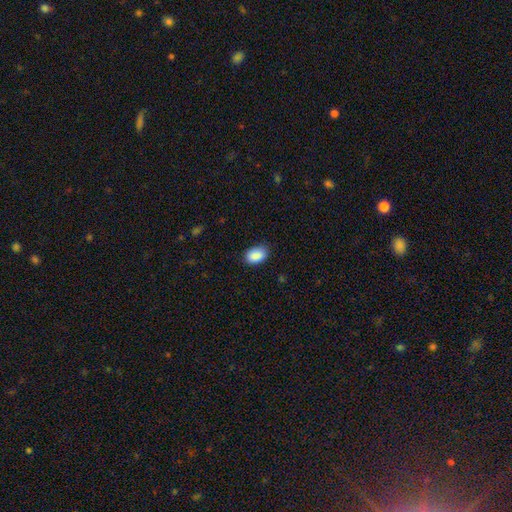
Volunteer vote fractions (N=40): smooth 85%, star or artifact 10%, featured or disk 5%. Down the decision tree: how rounded — in between (85%); merging — none (78%).